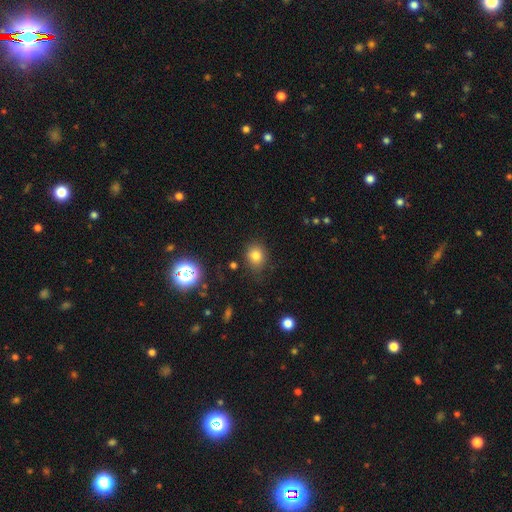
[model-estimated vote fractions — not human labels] A smooth galaxy with no disk features (78%) that is round (69%). Merging: none (79%).